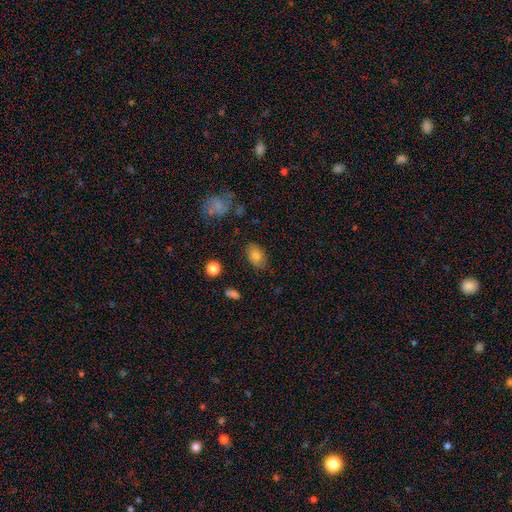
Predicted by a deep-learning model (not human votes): Smooth or featured?
  - smooth: 79% *
  - star or artifact: 11%
  - featured or disk: 10%
How rounded?
  - in between: 83% *
  - round: 16%
  - cigar-shaped: 1%
Merging?
  - none: 81% *
  - minor disturbance: 13%
  - major disturbance: 3%
  - merger: 2%